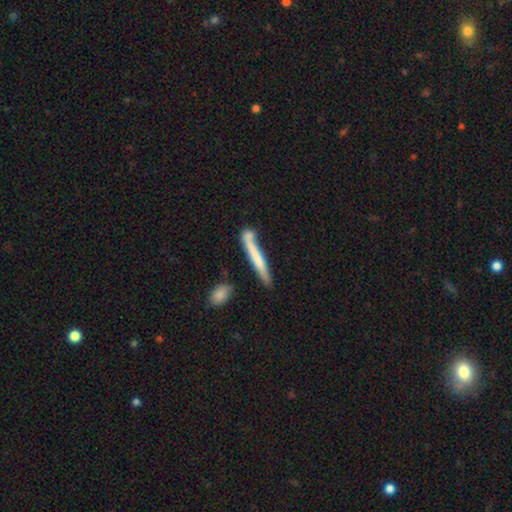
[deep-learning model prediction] smooth_or_featured: smooth (p=0.58) [alt: featured or disk p=0.36]
how_rounded: cigar-shaped (p=0.95) [alt: in between p=0.04]
merging: none (p=0.66) [alt: minor disturbance p=0.15]